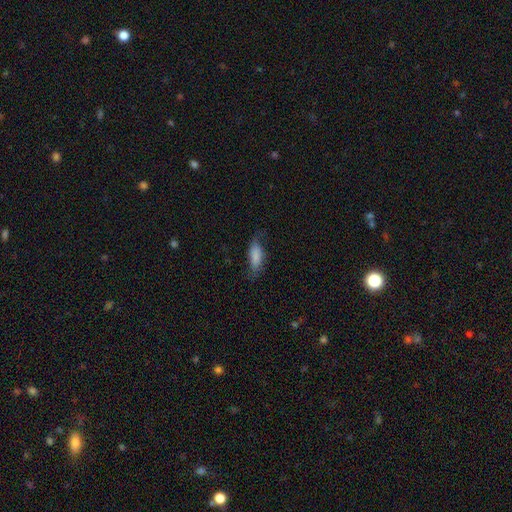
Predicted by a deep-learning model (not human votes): smooth_or_featured: smooth (p=0.72) [alt: featured or disk p=0.20]
how_rounded: in between (p=0.79) [alt: cigar-shaped p=0.19]
merging: none (p=0.57) [alt: minor disturbance p=0.27]